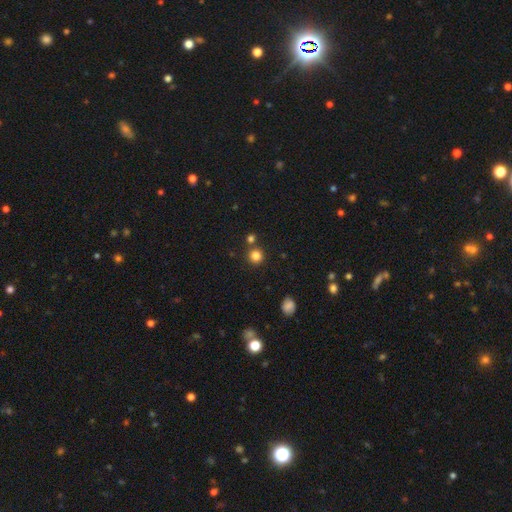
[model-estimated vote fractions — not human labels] This is clearly a smooth galaxy (82%). How rounded: clearly round (93%). Merging: likely none (78%).